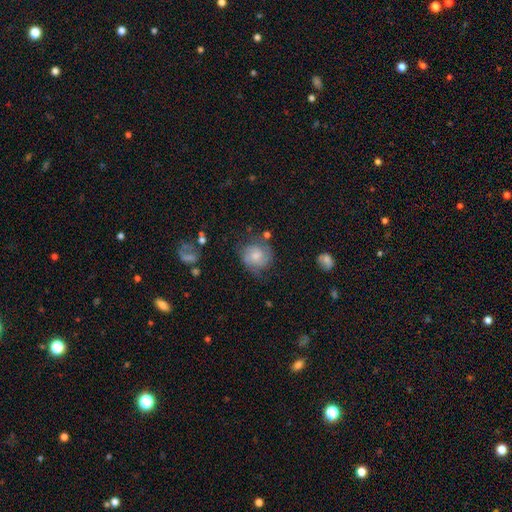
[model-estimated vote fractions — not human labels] featured or disk 46%, smooth 45%, star or artifact 9%. Down the decision tree: merging — none (61%).